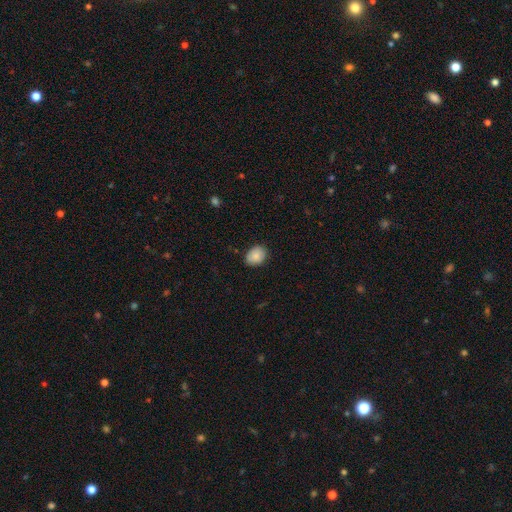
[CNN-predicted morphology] Q: Smooth or featured?
A: smooth (86%); runner-up: star or artifact (8%)
Q: How rounded?
A: in between (57%); runner-up: round (42%)
Q: Merging?
A: none (84%); runner-up: minor disturbance (13%)